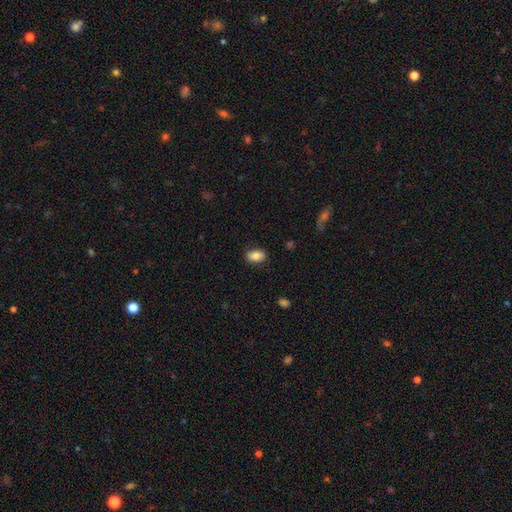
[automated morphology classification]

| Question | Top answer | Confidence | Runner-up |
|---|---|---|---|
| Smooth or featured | smooth | 81% | featured or disk (11%) |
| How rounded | in between | 89% | round (9%) |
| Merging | none | 85% | minor disturbance (12%) |